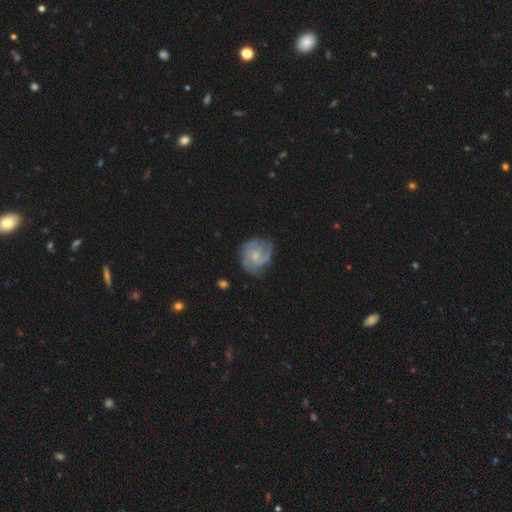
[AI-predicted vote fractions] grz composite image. It shows a featured or disk galaxy (75%) with no bar (72%), 3 (34%) tight (48%) spiral arms (94%) and a small central bulge (60%). Merging: none (70%).